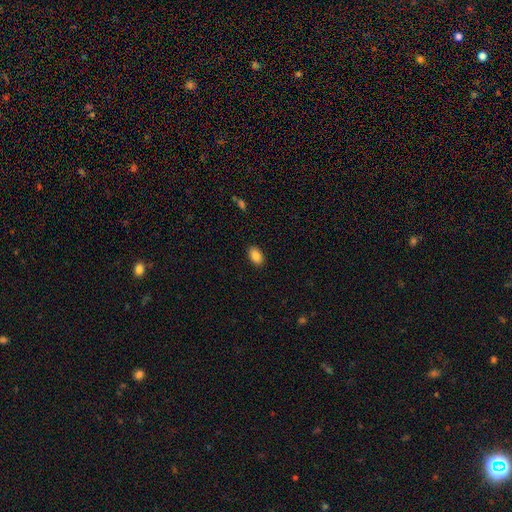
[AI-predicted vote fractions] Smooth or featured: smooth — 88% (star or artifact — 8%)
How rounded: in between — 90% (round — 8%)
Merging: none — 89% (minor disturbance — 8%)